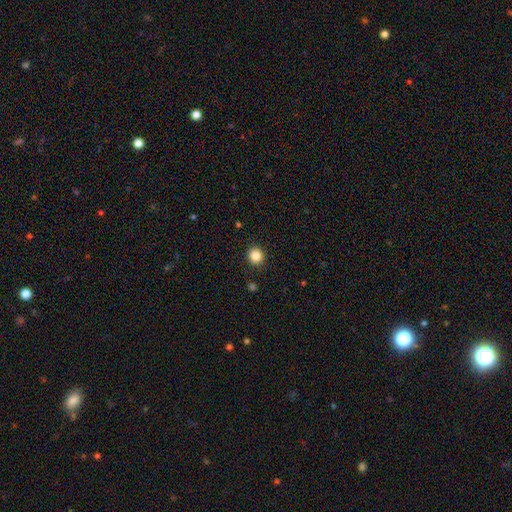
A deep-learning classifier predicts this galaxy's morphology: This is clearly a smooth galaxy (85%). How rounded: clearly round (90%). Merging: clearly none (92%).